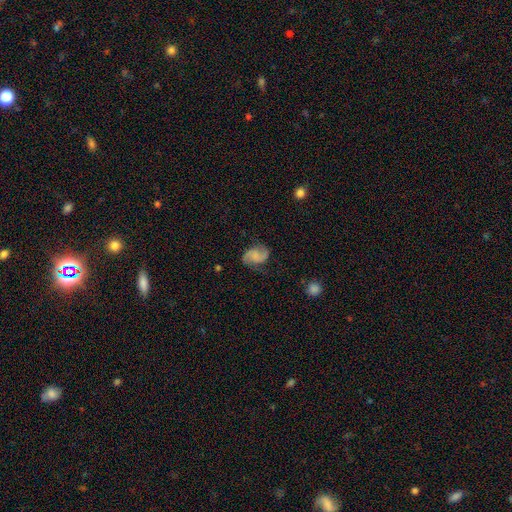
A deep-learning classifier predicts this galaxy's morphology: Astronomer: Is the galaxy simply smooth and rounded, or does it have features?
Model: featured or disk — 76%.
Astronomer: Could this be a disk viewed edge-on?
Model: no — 98%.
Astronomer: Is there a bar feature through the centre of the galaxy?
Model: no — 57% (runner-up: weak, 35%).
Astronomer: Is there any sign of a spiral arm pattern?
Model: yes — 96%.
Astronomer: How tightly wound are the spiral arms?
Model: medium — 44% (runner-up: loose, 41%).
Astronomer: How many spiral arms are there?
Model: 2 — 92%.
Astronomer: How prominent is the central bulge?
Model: none — 53%.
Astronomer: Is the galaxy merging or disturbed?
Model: none — 76%.